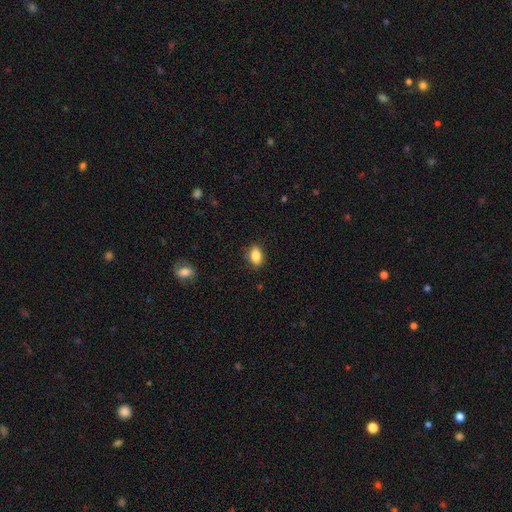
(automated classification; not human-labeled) This appears to be a smooth galaxy with no disk features (86%) that is in between round and cigar-shaped (84%). Merging: none (85%).